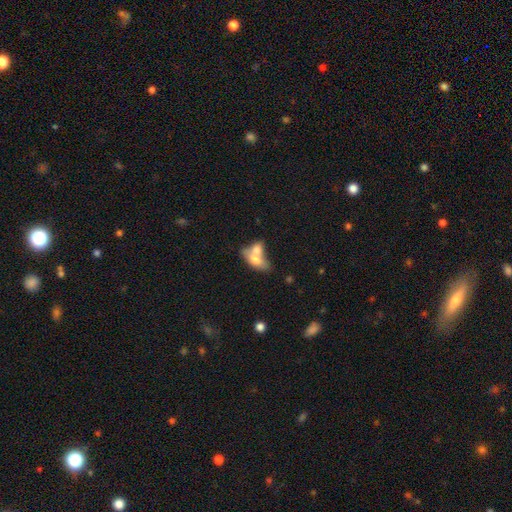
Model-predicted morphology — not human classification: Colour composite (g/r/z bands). It shows a smooth galaxy with no disk features (65%) that is in between round and cigar-shaped (80%). Merging: merger (71%).